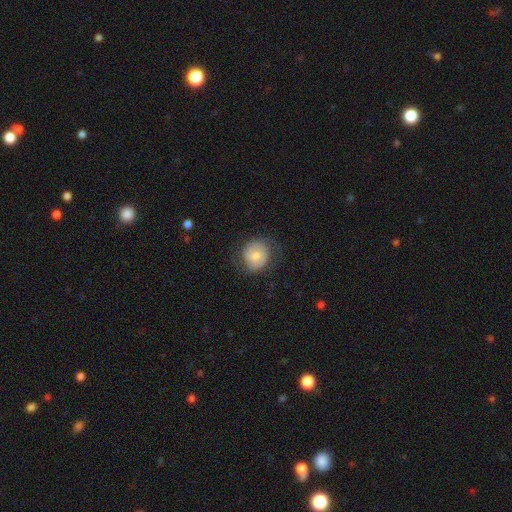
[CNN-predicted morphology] This appears to be a smooth galaxy with no disk features (62%) that is round (78%). Merging: none (72%).